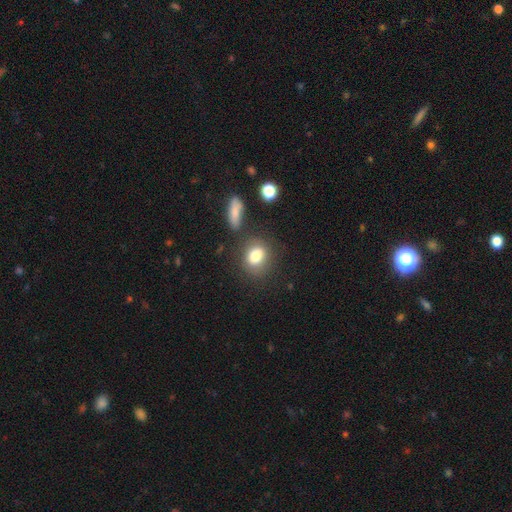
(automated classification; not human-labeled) Overall: smooth (81%). How rounded: in between (50%; round 48%). Merging: none (72%).